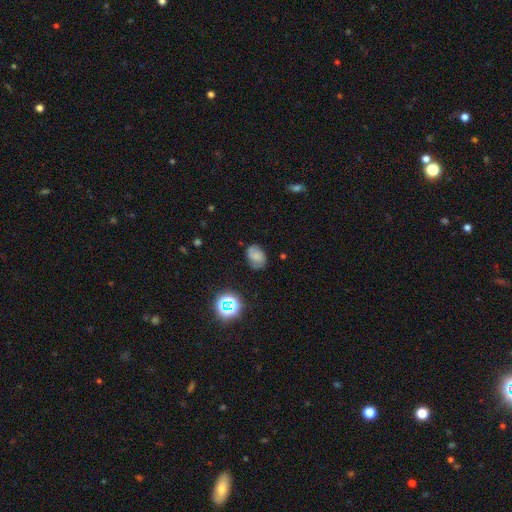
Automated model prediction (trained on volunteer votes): smooth 54%, featured or disk 31%, star or artifact 15%. Down the decision tree: how rounded — in between (71%); merging — none (71%).